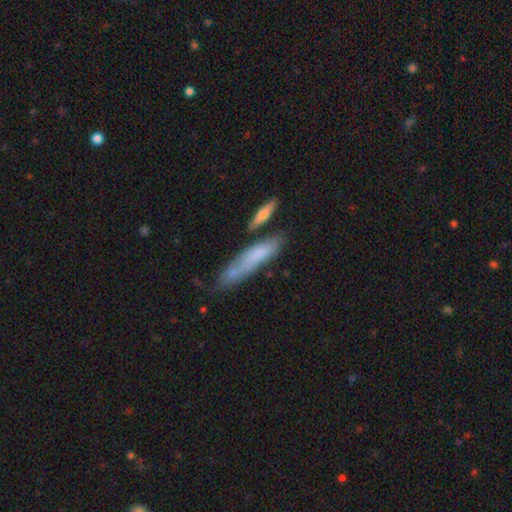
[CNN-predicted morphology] smooth-or-featured: smooth: 64% | featured or disk: 28% | star or artifact: 8%
  how-rounded: cigar-shaped: 77% | in between: 21% | round: 2%
  merging: none: 54% | minor disturbance: 20% | merger: 18% | major disturbance: 7%